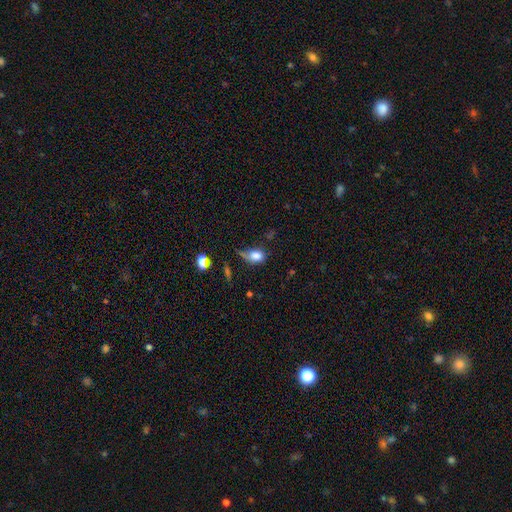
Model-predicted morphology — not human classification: This is likely a smooth galaxy (76%). How rounded: likely in between (71%). Merging: marginally none (35%).